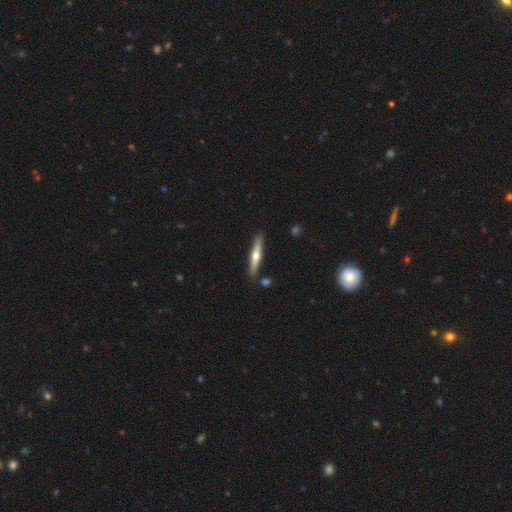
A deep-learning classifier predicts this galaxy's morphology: This is possibly a featured or disk galaxy (55%). It is clearly viewed edge-on (95%). Edge-on bulge: clearly rounded (91%). Merging: clearly none (87%).